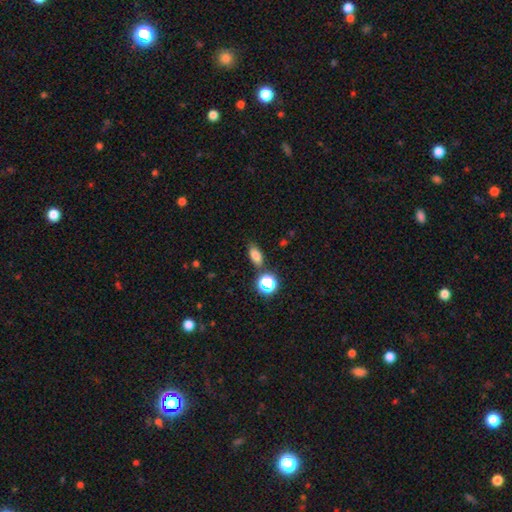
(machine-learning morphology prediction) smooth_or_featured: smooth (p=0.79) [alt: star or artifact p=0.15]
how_rounded: in between (p=0.83) [alt: round p=0.12]
merging: none (p=0.76) [alt: minor disturbance p=0.13]